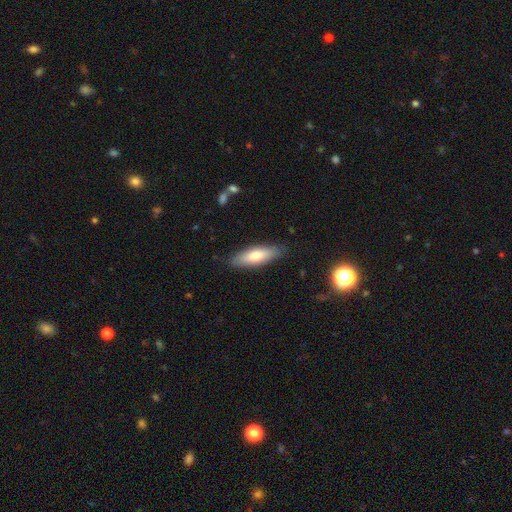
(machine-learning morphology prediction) smooth_or_featured: smooth (p=0.74) [alt: featured or disk p=0.20]
how_rounded: in between (p=0.53) [alt: cigar-shaped p=0.46]
merging: none (p=0.85) [alt: minor disturbance p=0.11]